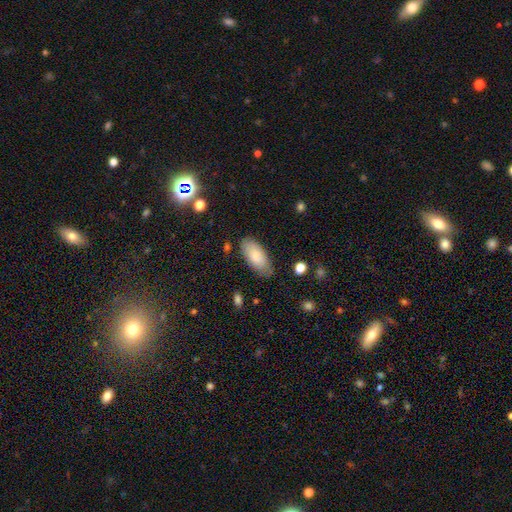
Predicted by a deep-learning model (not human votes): Smooth or featured?
  - smooth: 81% *
  - featured or disk: 13%
  - star or artifact: 6%
How rounded?
  - in between: 90% *
  - cigar-shaped: 8%
  - round: 2%
Merging?
  - none: 75% *
  - minor disturbance: 19%
  - major disturbance: 4%
  - merger: 2%